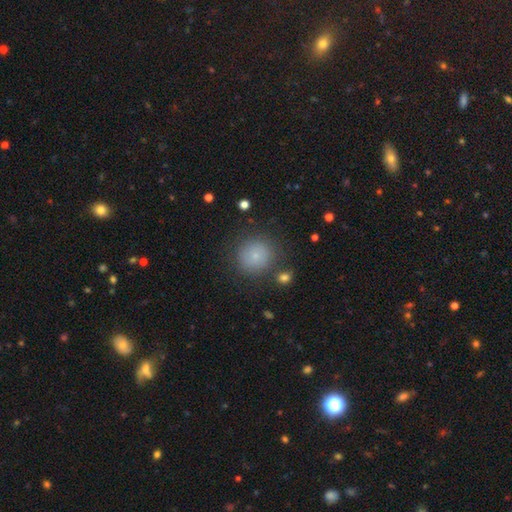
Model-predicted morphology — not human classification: Smooth or featured: smooth — 79% (star or artifact — 12%)
How rounded: round — 92% (in between — 7%)
Merging: none — 84% (minor disturbance — 9%)